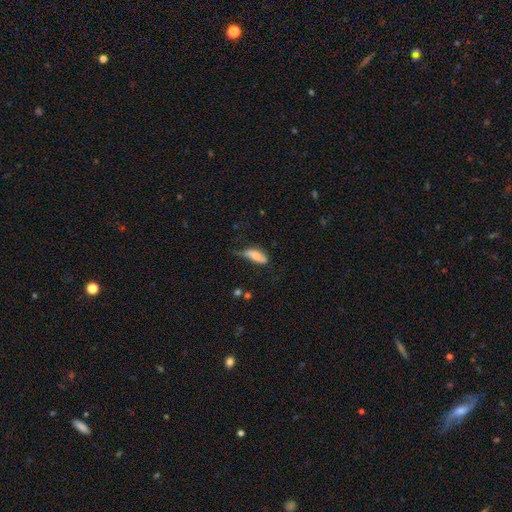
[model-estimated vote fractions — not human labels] Smooth or featured: smooth — 70% (featured or disk — 22%)
How rounded: in between — 74% (cigar-shaped — 23%)
Merging: minor disturbance — 41% (none — 33%)